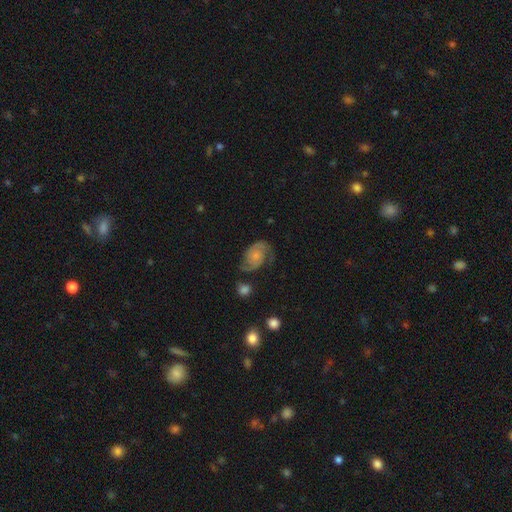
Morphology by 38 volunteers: Volunteers were most divided on "merging": none: 61%, minor disturbance: 33%, major disturbance: 3%, merger: 3%. More confident: edge-on disk — no (100%); spiral arms — yes (100%); spiral arm count — 2 (90%); smooth or featured — featured or disk (82%); bar — no (74%); spiral winding — medium (61%); bulge size — small (58%).